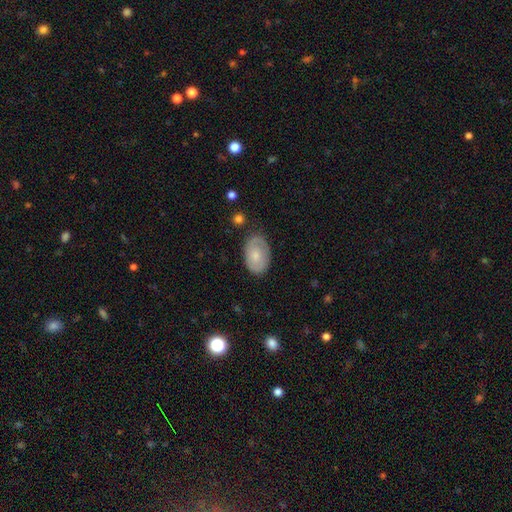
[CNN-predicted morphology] A smooth galaxy with no disk features (54%) that is in between round and cigar-shaped (88%). Merging: none (76%).